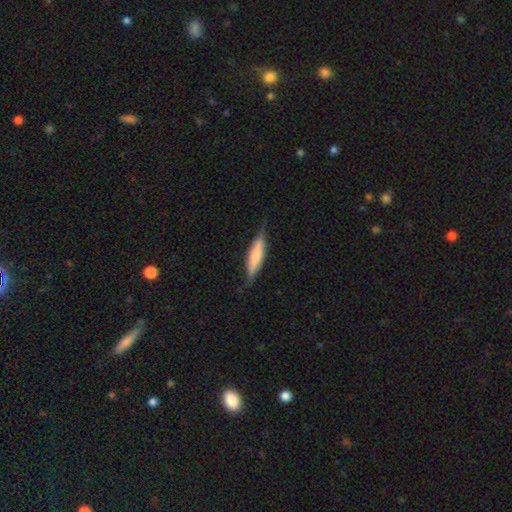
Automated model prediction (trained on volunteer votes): A smooth galaxy with no disk features (60%) that is cigar-shaped (73%). Merging: none (76%).